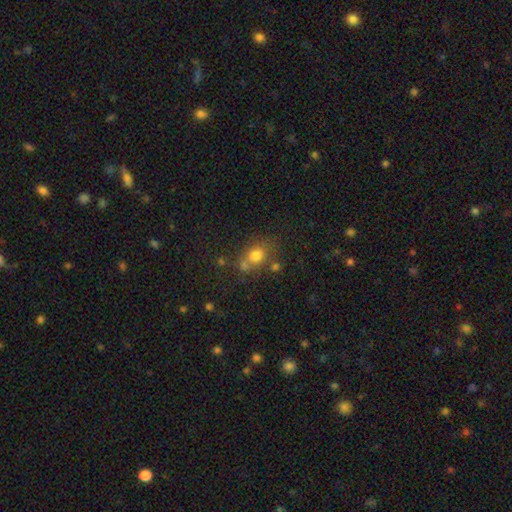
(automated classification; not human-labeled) Smooth or featured?
  - smooth: 75% *
  - star or artifact: 15%
  - featured or disk: 11%
How rounded?
  - round: 65% *
  - in between: 34%
  - cigar-shaped: 1%
Merging?
  - none: 54% *
  - merger: 24%
  - minor disturbance: 15%
  - major disturbance: 6%